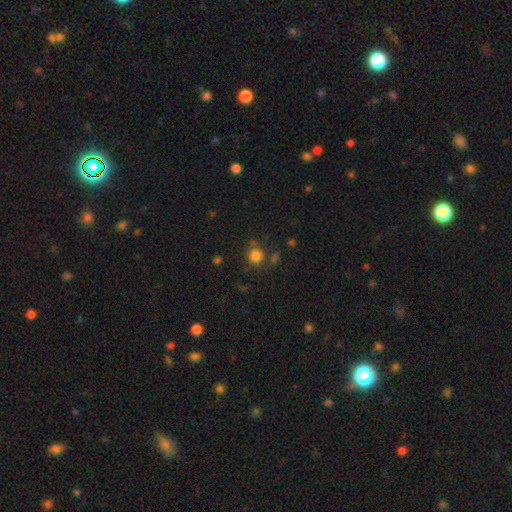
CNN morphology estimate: smooth_or_featured: smooth (p=0.81) [alt: star or artifact p=0.13]
how_rounded: round (p=0.91) [alt: in between p=0.08]
merging: none (p=0.75) [alt: minor disturbance p=0.12]